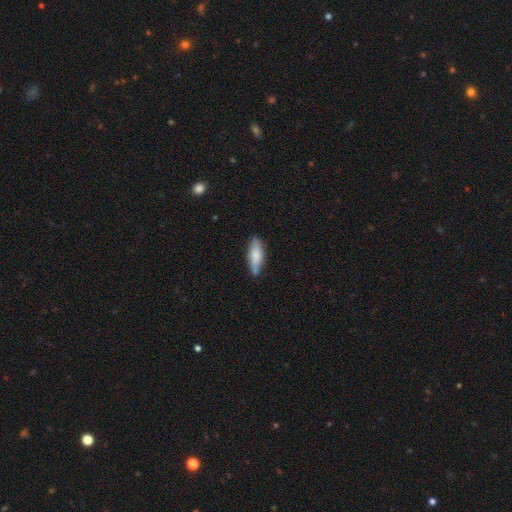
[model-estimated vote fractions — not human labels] smooth 78%, featured or disk 16%, star or artifact 6%. Down the decision tree: how rounded — in between (60%); merging — none (74%).